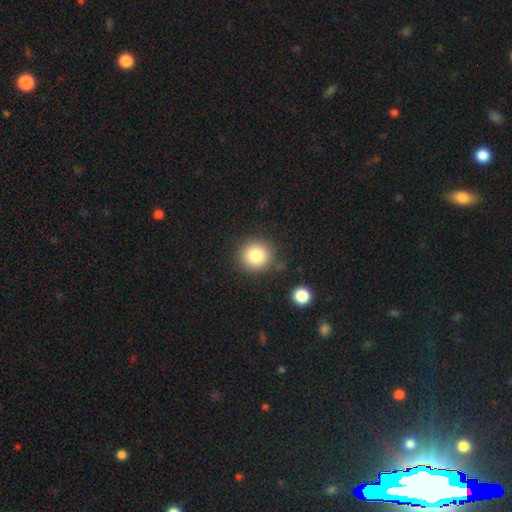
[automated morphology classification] Smooth or featured?
  - smooth: 83% *
  - star or artifact: 10%
  - featured or disk: 7%
How rounded?
  - round: 92% *
  - in between: 7%
  - cigar-shaped: 1%
Merging?
  - none: 83% *
  - minor disturbance: 10%
  - merger: 4%
  - major disturbance: 3%